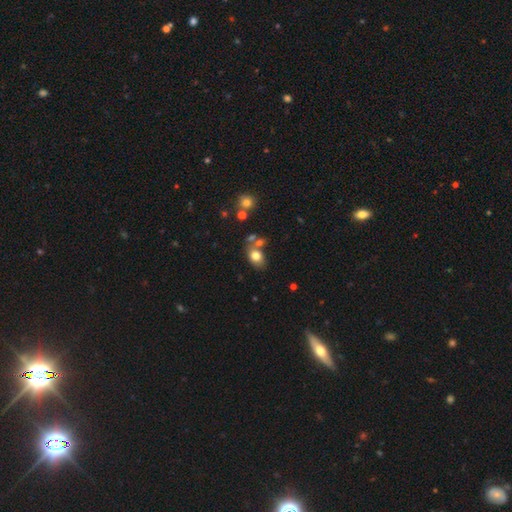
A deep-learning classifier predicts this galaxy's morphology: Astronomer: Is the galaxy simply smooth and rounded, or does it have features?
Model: smooth — 77%.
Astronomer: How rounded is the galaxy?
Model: in between — 75%.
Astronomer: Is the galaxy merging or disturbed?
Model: none — 56%.